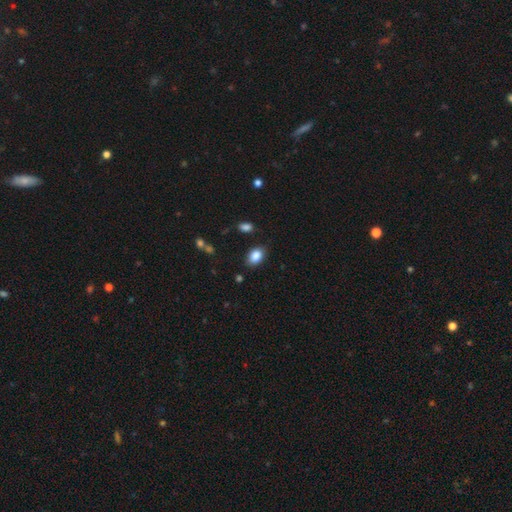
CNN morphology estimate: Smooth or featured? smooth (86%)
How rounded? in between (81%)
Merging? none (82%)